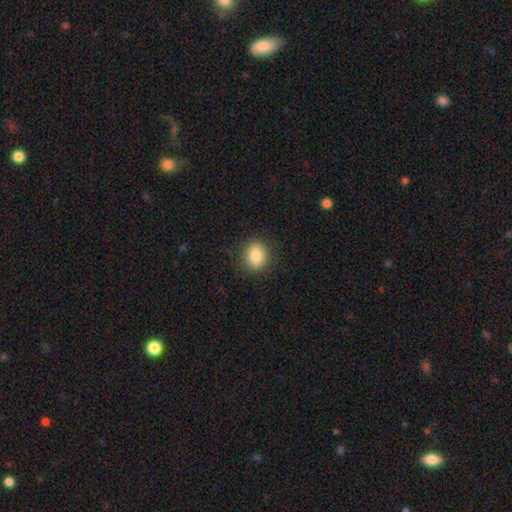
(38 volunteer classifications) A smooth galaxy with no disk features (82%) that is round (84%). Merging: none (89%).